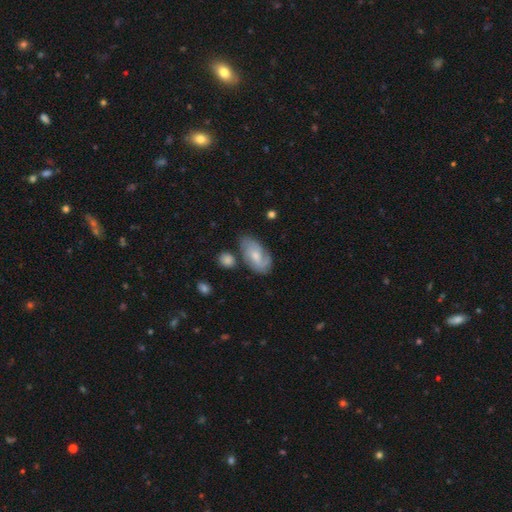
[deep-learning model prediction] Q: Smooth or featured?
A: featured or disk (55%); runner-up: smooth (38%)
Q: Edge-on disk?
A: no (95%); runner-up: yes (5%)
Q: Bar?
A: no (60%); runner-up: weak (35%)
Q: Spiral arms?
A: yes (84%); runner-up: no (16%)
Q: Bulge size?
A: moderate (53%); runner-up: small (37%)
Q: Merging?
A: none (61%); runner-up: minor disturbance (23%)